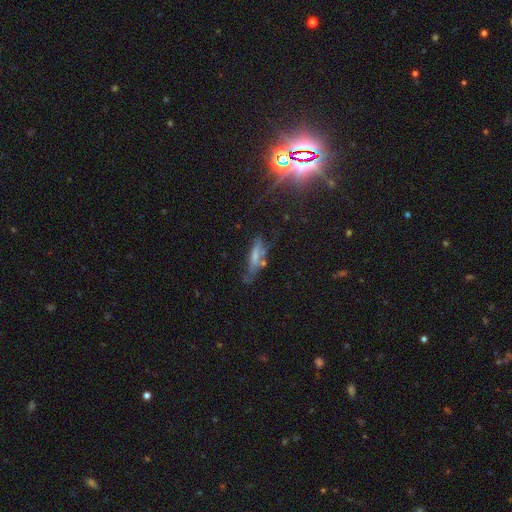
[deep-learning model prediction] This appears to be a smooth galaxy with no disk features (50%) that is cigar-shaped (63%). Merging: none (43%).